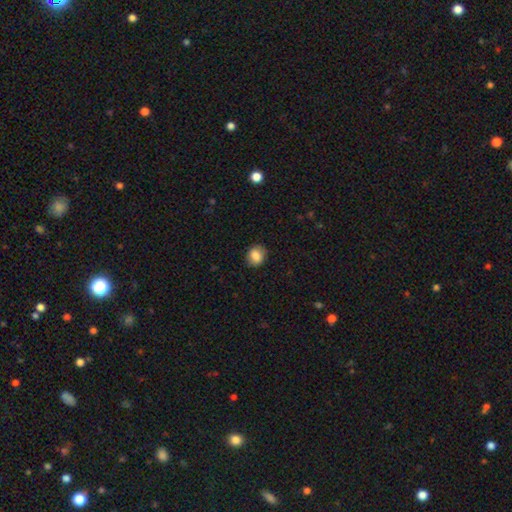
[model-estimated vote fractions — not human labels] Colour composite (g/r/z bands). It shows a smooth galaxy with no disk features (83%) that is round (58%). Merging: none (84%).